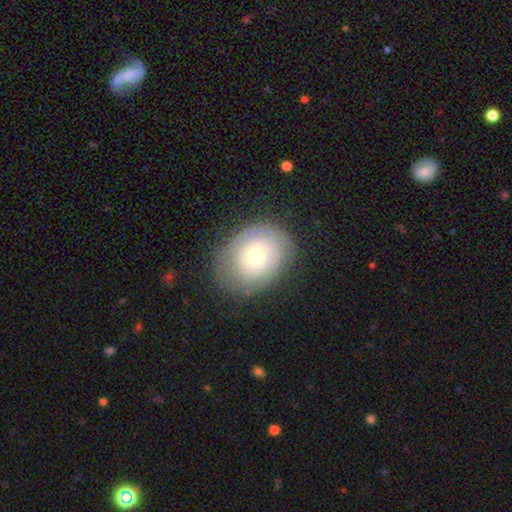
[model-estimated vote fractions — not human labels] Smooth or featured: smooth — 48% (featured or disk — 44%)
Merging: none — 76% (minor disturbance — 17%)